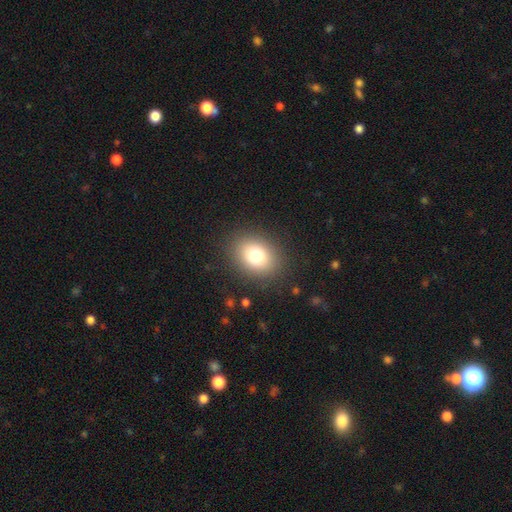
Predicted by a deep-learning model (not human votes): The model was most divided on "how rounded": in between: 53%, round: 46%, cigar-shaped: 1%. More confident: merging — none (86%); smooth or featured — smooth (77%).